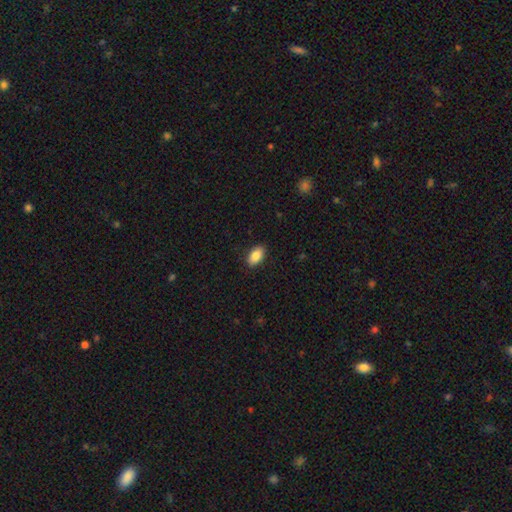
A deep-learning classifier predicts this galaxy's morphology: smooth-or-featured: smooth: 87% | star or artifact: 7% | featured or disk: 5%
  how-rounded: in between: 93% | round: 5% | cigar-shaped: 2%
  merging: none: 89% | minor disturbance: 8% | major disturbance: 2% | merger: 1%